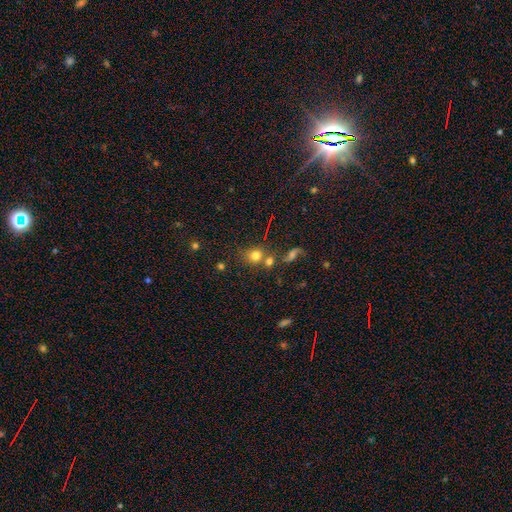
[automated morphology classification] Q: Smooth or featured?
A: smooth (74%); runner-up: star or artifact (15%)
Q: How rounded?
A: round (80%); runner-up: in between (19%)
Q: Merging?
A: none (60%); runner-up: merger (23%)